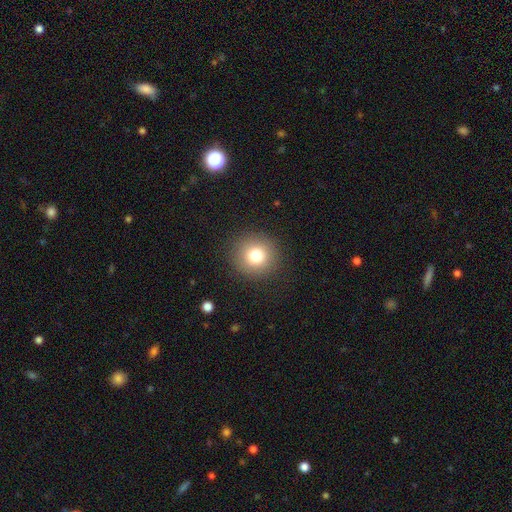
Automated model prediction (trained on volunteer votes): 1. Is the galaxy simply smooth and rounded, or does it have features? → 78% smooth, 12% star or artifact, 10% featured or disk.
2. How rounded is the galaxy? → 93% round, 6% in between, 1% cigar-shaped.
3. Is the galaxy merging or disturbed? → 91% none, 6% minor disturbance, 3% major disturbance, 1% merger.